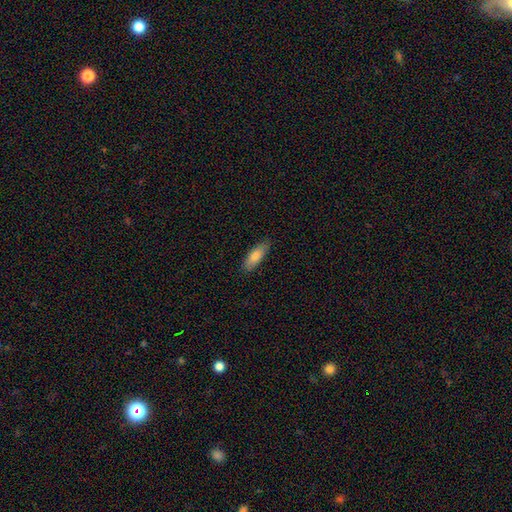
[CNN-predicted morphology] Overall: smooth (80%). How rounded: in between (61%; cigar-shaped 38%). Merging: none (84%).